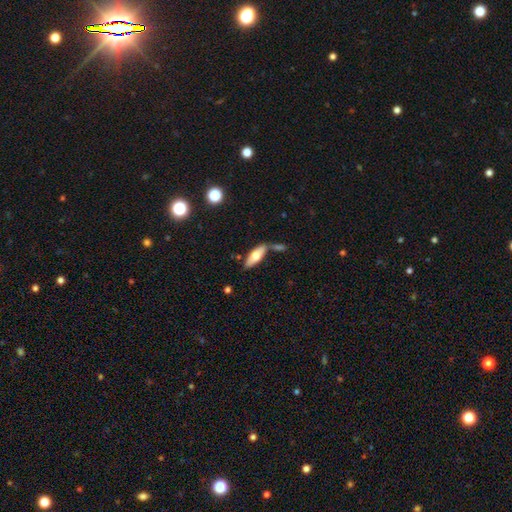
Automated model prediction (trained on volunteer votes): This appears to be a smooth galaxy with no disk features (65%) that is in between round and cigar-shaped (66%). Merging: none (61%).